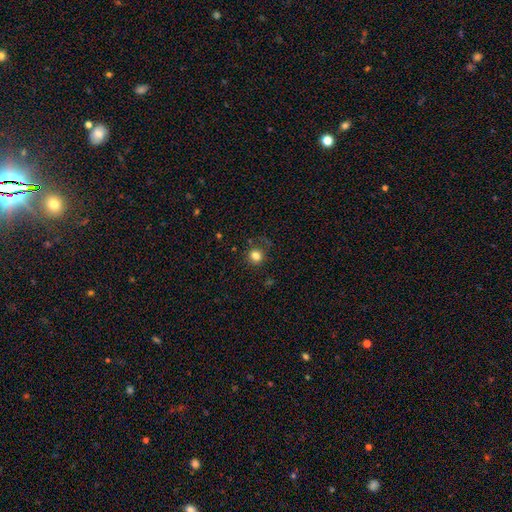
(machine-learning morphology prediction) Smooth or featured: smooth — 81% (star or artifact — 12%)
How rounded: round — 87% (in between — 12%)
Merging: none — 79% (minor disturbance — 12%)